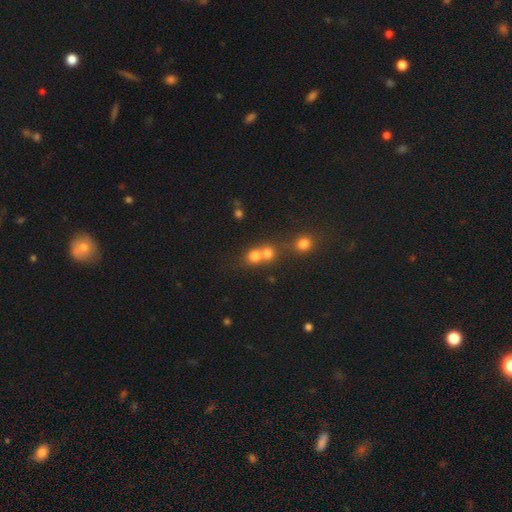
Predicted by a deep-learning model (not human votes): Smooth or featured? Predicted: smooth (p=0.73). How rounded? Predicted: round (p=0.81). Merging? Predicted: merger (p=0.57).